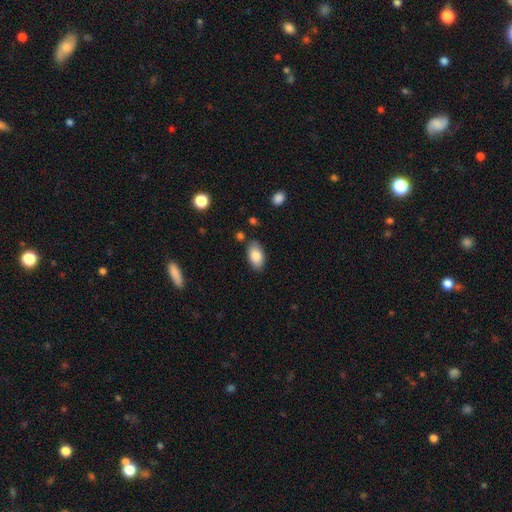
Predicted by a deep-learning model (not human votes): A smooth galaxy with no disk features (85%) that is in between round and cigar-shaped (94%).

Vote fractions:
- Smooth or featured? smooth: 85% / featured or disk: 8% / star or artifact: 7%
- How rounded? in between: 94% / round: 4% / cigar-shaped: 2%
- Merging? none: 83% / minor disturbance: 12% / merger: 3% / major disturbance: 3%